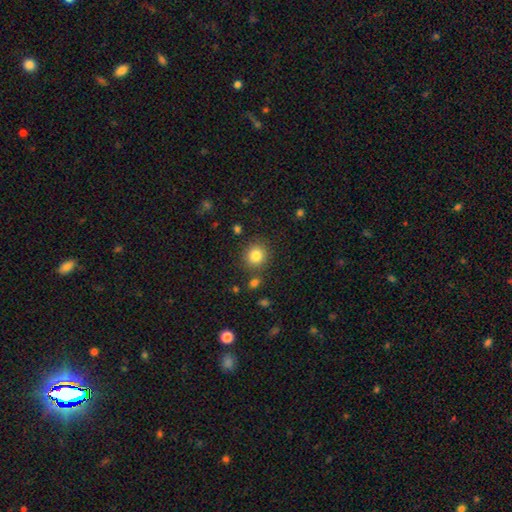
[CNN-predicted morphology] Q: Smooth or featured?
A: smooth (84%); runner-up: star or artifact (11%)
Q: How rounded?
A: round (86%); runner-up: in between (13%)
Q: Merging?
A: none (83%); runner-up: minor disturbance (9%)